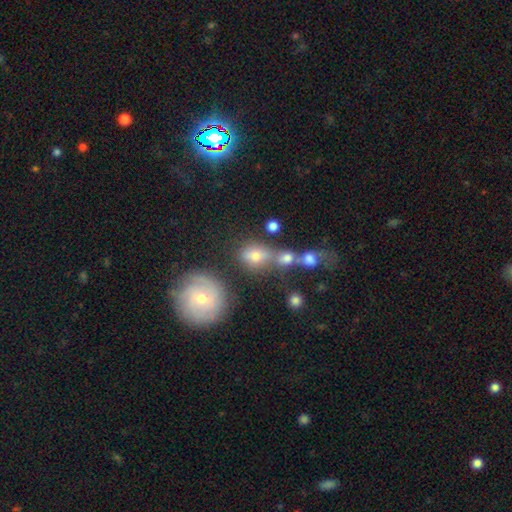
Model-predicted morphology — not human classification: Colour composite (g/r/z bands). It shows a smooth galaxy with no disk features (61%) that is in between round and cigar-shaped (50%). Merging: none (43%).